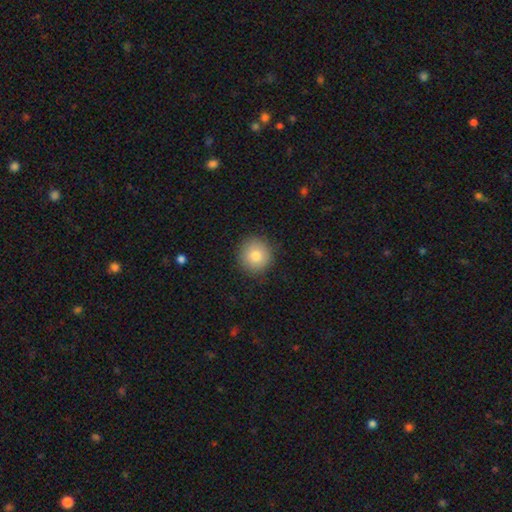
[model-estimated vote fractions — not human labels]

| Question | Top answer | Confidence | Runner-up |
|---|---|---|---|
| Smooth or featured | smooth | 80% | featured or disk (10%) |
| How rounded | round | 94% | in between (5%) |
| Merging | none | 89% | minor disturbance (7%) |